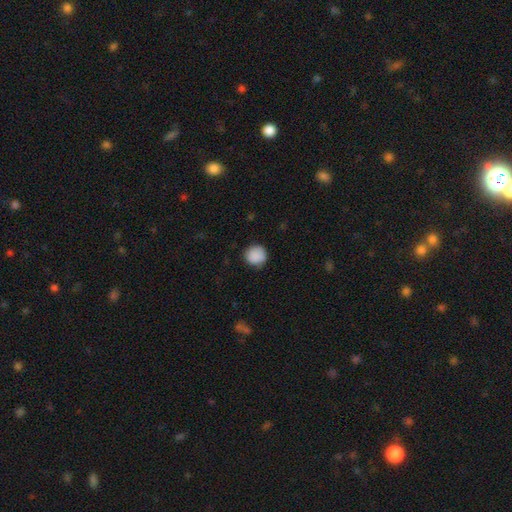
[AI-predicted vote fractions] Smooth or featured: smooth — 89% (star or artifact — 8%)
How rounded: round — 91% (in between — 8%)
Merging: none — 83% (minor disturbance — 13%)